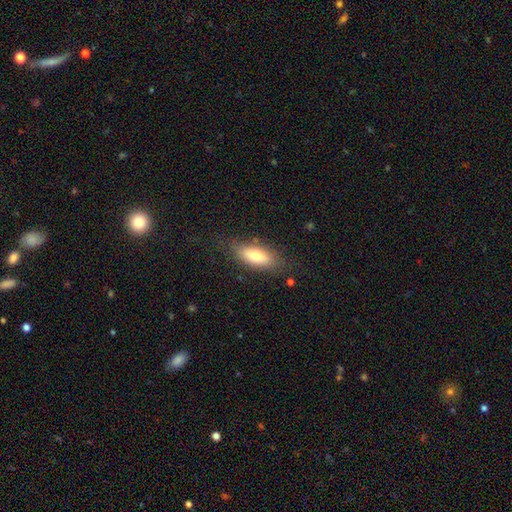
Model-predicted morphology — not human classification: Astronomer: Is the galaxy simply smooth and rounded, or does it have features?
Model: smooth — 72%.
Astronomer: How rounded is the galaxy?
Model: in between — 76%.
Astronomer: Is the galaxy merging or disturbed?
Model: none — 78%.